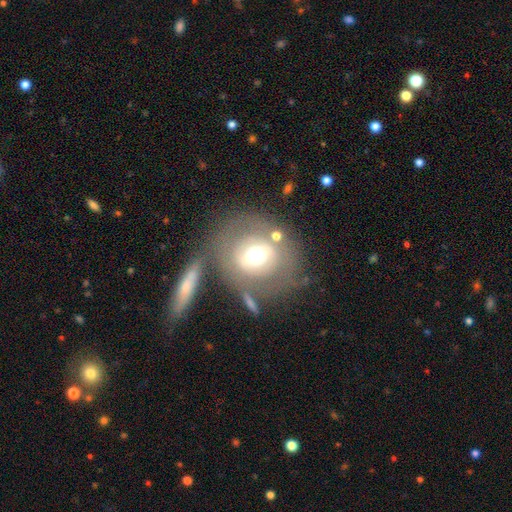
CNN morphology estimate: Smooth or featured? Predicted: smooth (p=0.49). Merging? Predicted: none (p=0.59).